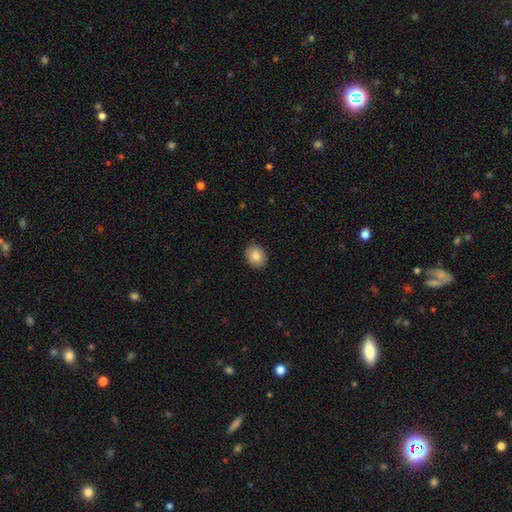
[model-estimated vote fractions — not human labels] Overall: smooth (84%). How rounded: round (53%; in between 46%). Merging: none (90%).